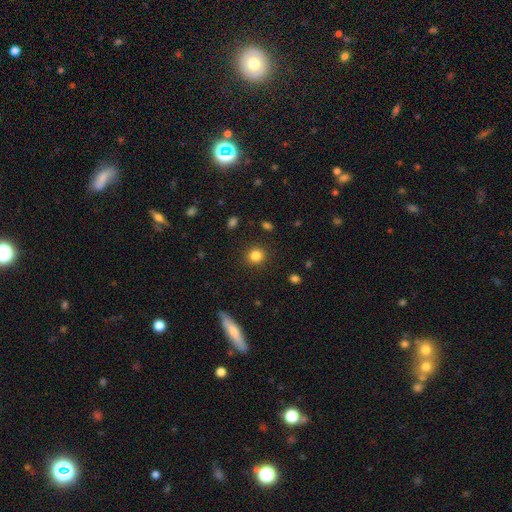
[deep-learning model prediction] smooth 83%, star or artifact 12%, featured or disk 5%. Down the decision tree: how rounded — round (88%); merging — none (90%).